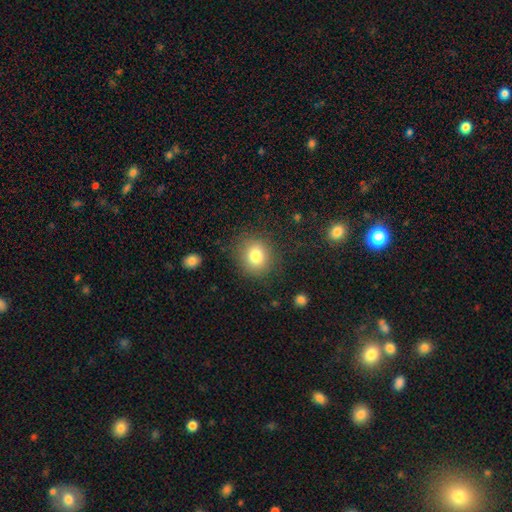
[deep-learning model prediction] Q: Smooth or featured?
A: smooth (80%); runner-up: star or artifact (11%)
Q: How rounded?
A: round (82%); runner-up: in between (17%)
Q: Merging?
A: none (84%); runner-up: minor disturbance (10%)